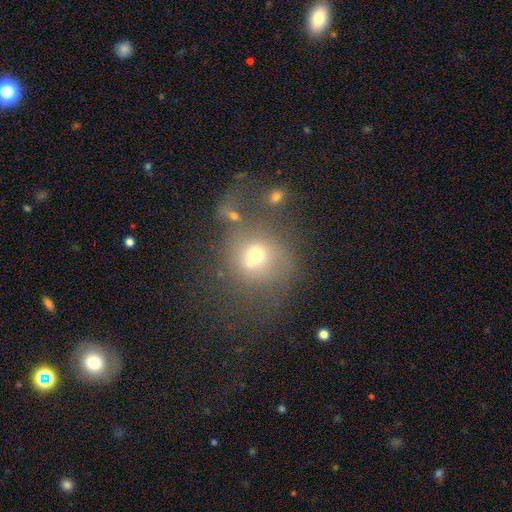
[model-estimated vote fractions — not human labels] This appears to be a smooth galaxy with no disk features (58%) that is round (81%). Merging: none (36%).